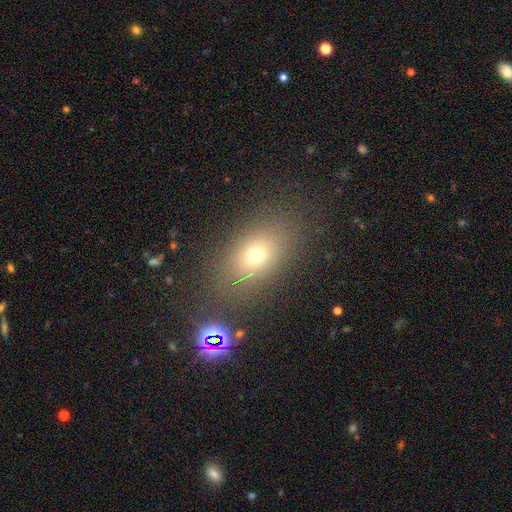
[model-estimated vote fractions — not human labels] This appears to be a smooth galaxy with no disk features (67%) that is in between round and cigar-shaped (71%). Merging: none (77%).